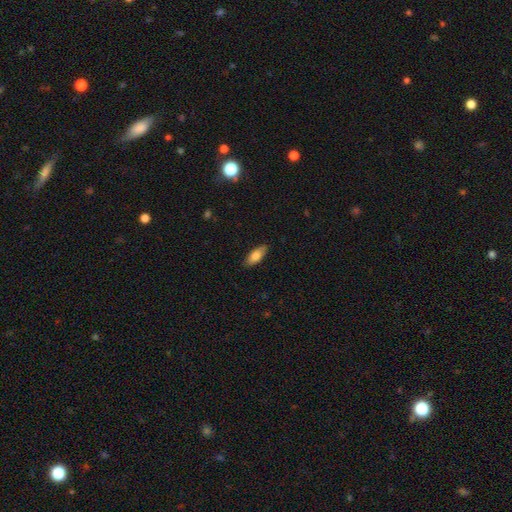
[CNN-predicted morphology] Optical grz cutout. It shows a smooth galaxy with no disk features (80%) that is in between round and cigar-shaped (77%). Merging: none (86%).